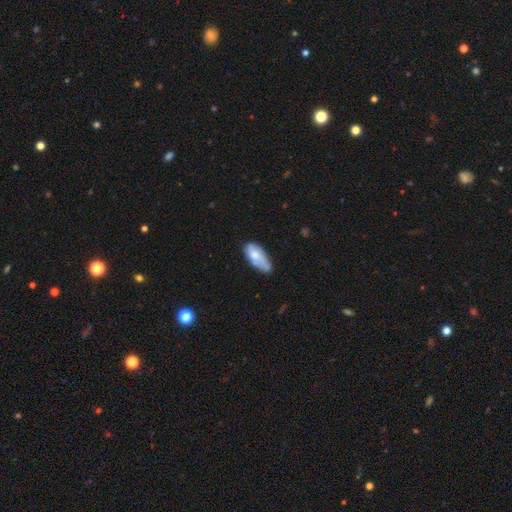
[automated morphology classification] Smooth or featured?
  - smooth: 67% *
  - featured or disk: 27%
  - star or artifact: 6%
How rounded?
  - in between: 85% *
  - cigar-shaped: 13%
  - round: 2%
Merging?
  - none: 48% *
  - minor disturbance: 34%
  - major disturbance: 11%
  - merger: 6%